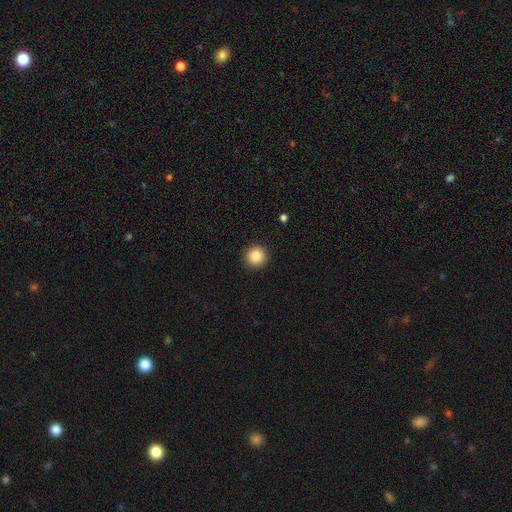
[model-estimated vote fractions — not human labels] Smooth or featured? smooth (87%)
How rounded? round (95%)
Merging? none (92%)